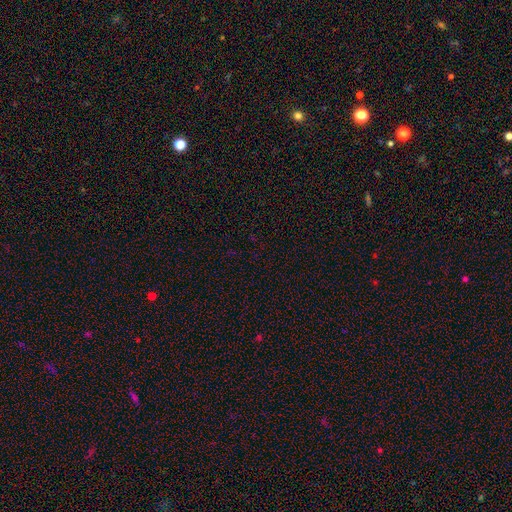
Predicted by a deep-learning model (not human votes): smooth_or_featured: star or artifact (p=0.70) [alt: smooth p=0.23]